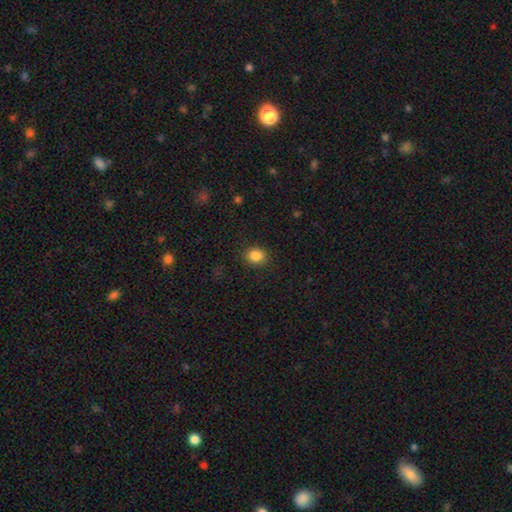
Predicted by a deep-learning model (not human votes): A smooth galaxy with no disk features (86%) that is round (63%). Merging: none (88%).